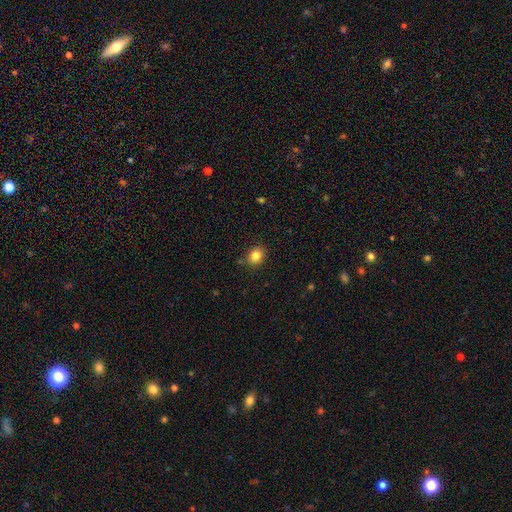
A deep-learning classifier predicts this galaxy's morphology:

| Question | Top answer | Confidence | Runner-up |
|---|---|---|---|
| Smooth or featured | smooth | 83% | star or artifact (11%) |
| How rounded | round | 55% | in between (44%) |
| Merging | none | 84% | minor disturbance (11%) |